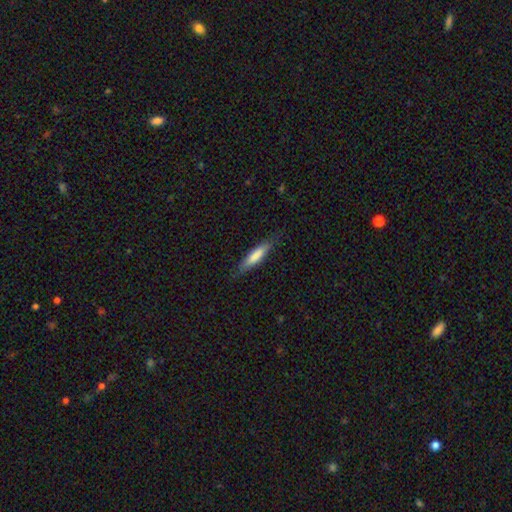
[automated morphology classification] type=smooth (75%); roundness=cigar-shaped (77%); merging=none (78%).